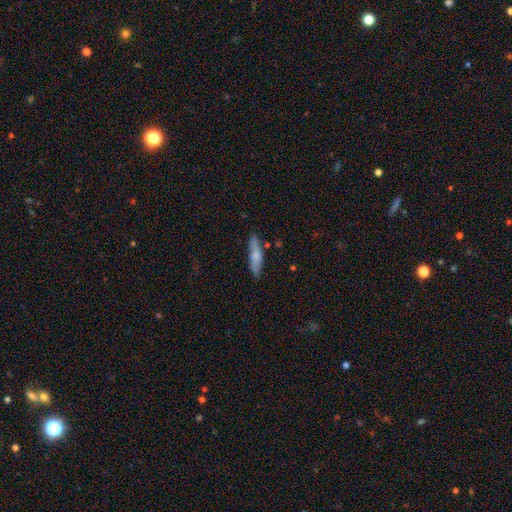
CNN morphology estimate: Smooth or featured? Predicted: smooth (p=0.65). How rounded? Predicted: cigar-shaped (p=0.79). Merging? Predicted: none (p=0.78).